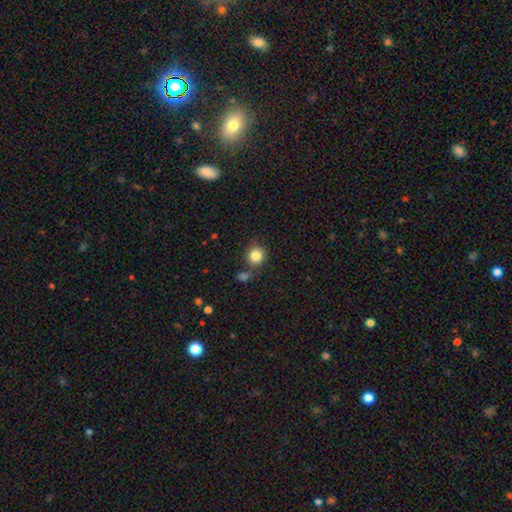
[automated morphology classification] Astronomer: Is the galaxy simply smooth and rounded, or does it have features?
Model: smooth — 84%.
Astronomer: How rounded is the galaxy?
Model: round — 89%.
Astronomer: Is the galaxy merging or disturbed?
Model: none — 72%.